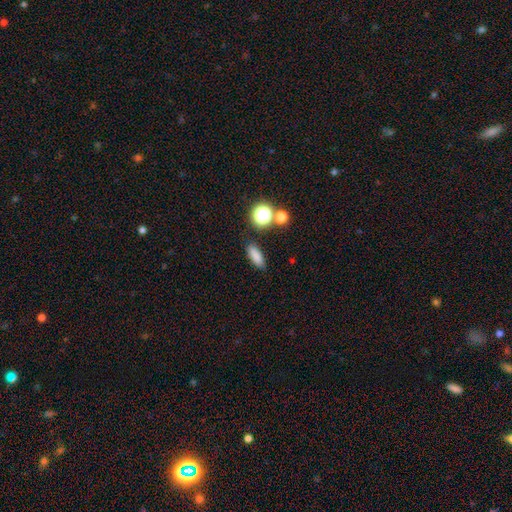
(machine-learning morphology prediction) A smooth galaxy with no disk features (82%) that is in between round and cigar-shaped (55%). Merging: none (85%).